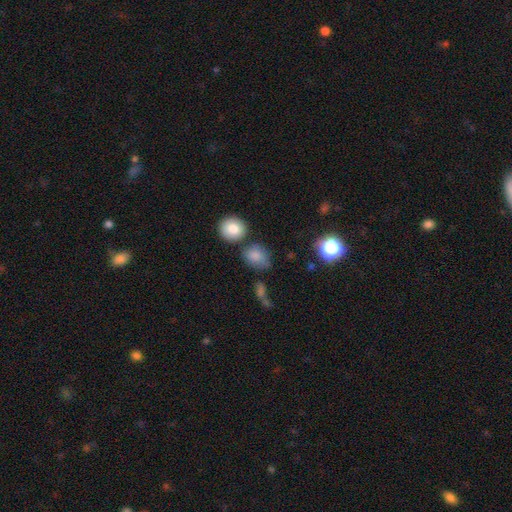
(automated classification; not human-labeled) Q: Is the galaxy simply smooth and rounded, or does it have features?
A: smooth — 81%.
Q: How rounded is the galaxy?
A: in between — 50%.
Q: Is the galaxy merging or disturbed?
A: none — 58%.